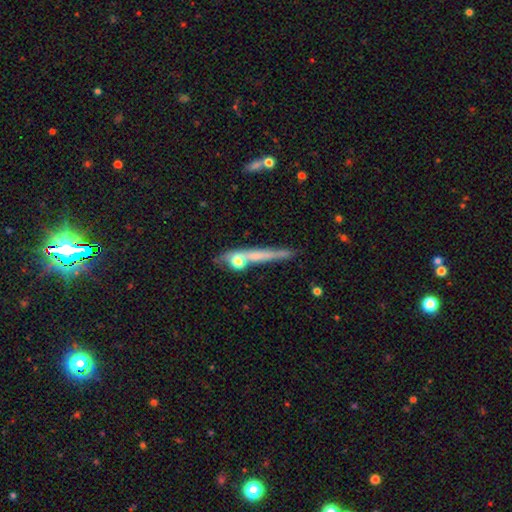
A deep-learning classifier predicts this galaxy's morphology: Smooth or featured? Predicted: featured or disk (p=0.48). Merging? Predicted: none (p=0.65).